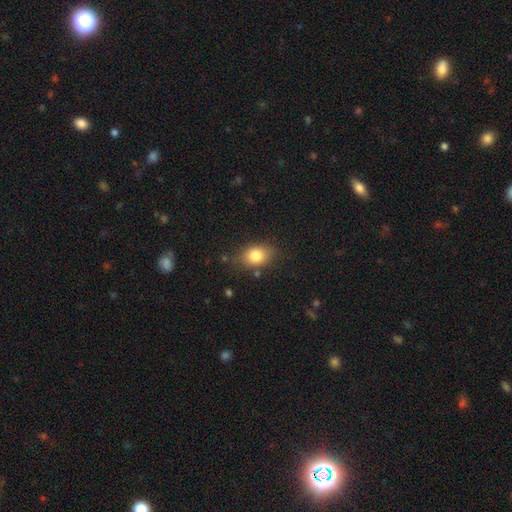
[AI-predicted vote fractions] This appears to be a smooth galaxy with no disk features (82%) that is in between round and cigar-shaped (75%). Merging: none (78%).